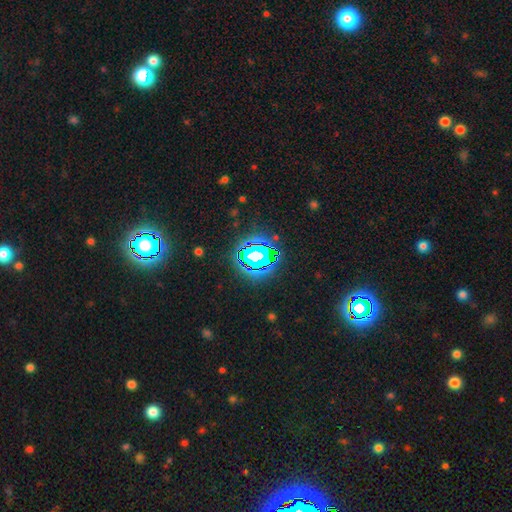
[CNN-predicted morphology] Smooth or featured? Predicted: star or artifact (p=0.73).